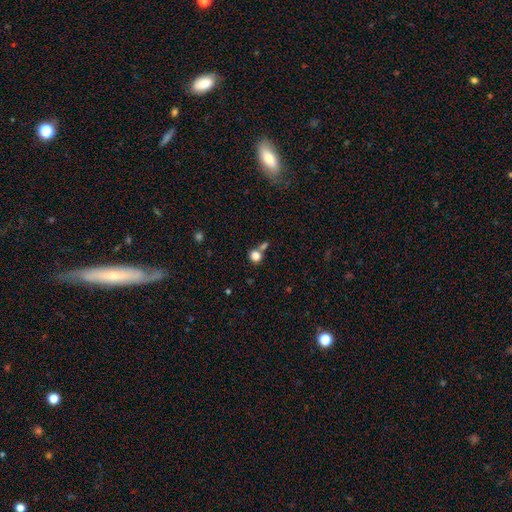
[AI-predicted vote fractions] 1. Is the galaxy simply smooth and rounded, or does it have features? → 81% smooth, 12% star or artifact, 6% featured or disk.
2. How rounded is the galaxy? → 73% round, 26% in between, 1% cigar-shaped.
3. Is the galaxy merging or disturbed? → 54% none, 32% merger, 9% minor disturbance, 5% major disturbance.